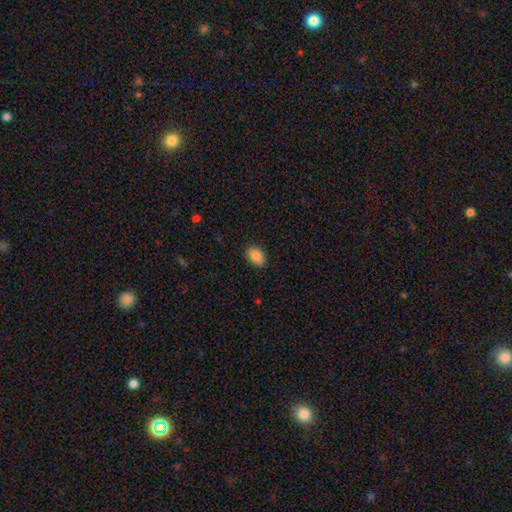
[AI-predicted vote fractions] Smooth or featured?
  - smooth: 88% *
  - star or artifact: 8%
  - featured or disk: 4%
How rounded?
  - in between: 85% *
  - round: 13%
  - cigar-shaped: 1%
Merging?
  - none: 85% *
  - minor disturbance: 11%
  - major disturbance: 2%
  - merger: 1%